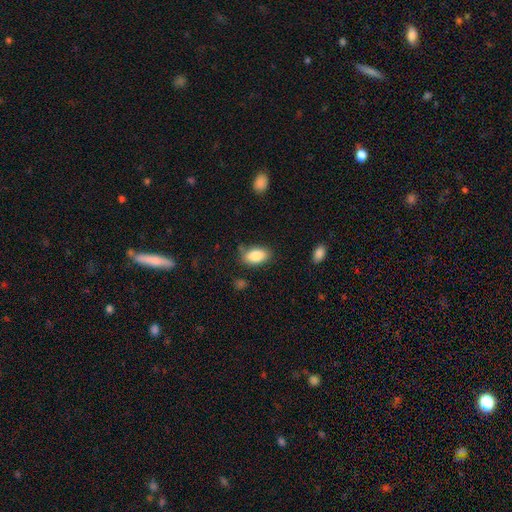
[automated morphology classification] type=smooth (86%); roundness=in between (92%); merging=none (75%).